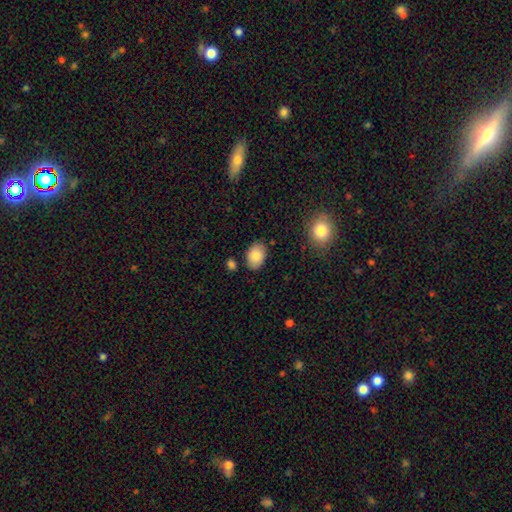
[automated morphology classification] smooth_or_featured: smooth (p=0.86) [alt: star or artifact p=0.07]
how_rounded: in between (p=0.86) [alt: round p=0.13]
merging: none (p=0.82) [alt: minor disturbance p=0.12]